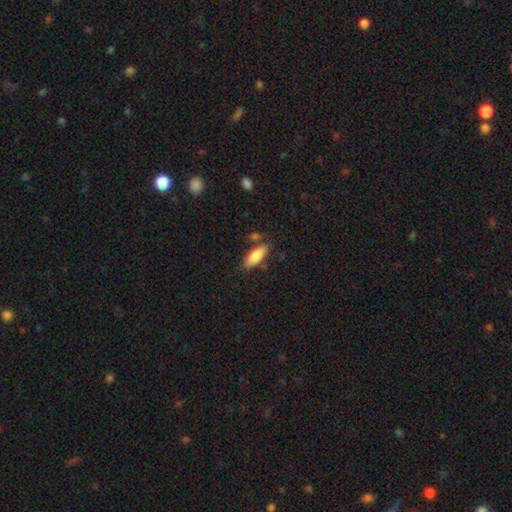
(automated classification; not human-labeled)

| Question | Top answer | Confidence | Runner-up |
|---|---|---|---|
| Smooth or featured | smooth | 78% | featured or disk (15%) |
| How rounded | in between | 71% | cigar-shaped (27%) |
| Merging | none | 74% | minor disturbance (15%) |